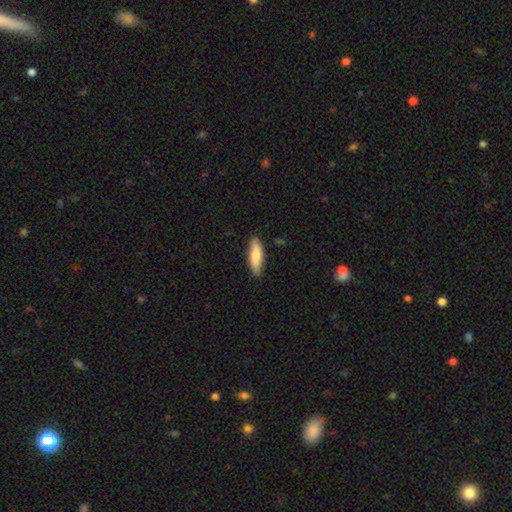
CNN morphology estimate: This is likely a smooth galaxy (78%). How rounded: possibly cigar-shaped (51%). Merging: clearly none (85%).